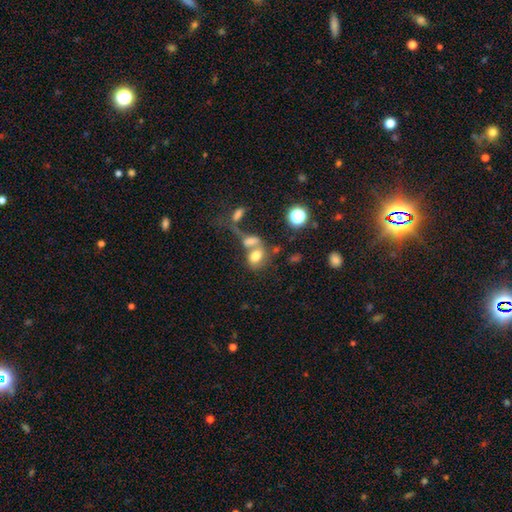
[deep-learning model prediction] A smooth galaxy with no disk features (70%) that is in between round and cigar-shaped (69%). Merging: merger (53%).